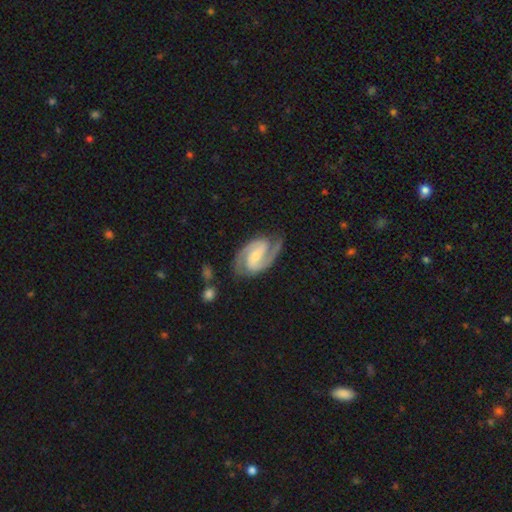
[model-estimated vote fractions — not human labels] smooth-or-featured: featured or disk: 92% | smooth: 4% | star or artifact: 4%
  disk-edge-on: no: 98% | yes: 2%
    bar: weak: 41% | strong: 38% | no: 21%
    has-spiral-arms: yes: 98% | no: 2%
      spiral-winding: medium: 54% | tight: 37% | loose: 9%
      spiral-arm-count: 2: 94% | can't tell: 2% | 3: 1% | 1: 1% | 4: 1% | more than 4: 1%
    bulge-size: small: 54% | moderate: 39% | none: 4% | large: 2% | dominant: 1%
  merging: none: 81% | minor disturbance: 13% | major disturbance: 4% | merger: 2%